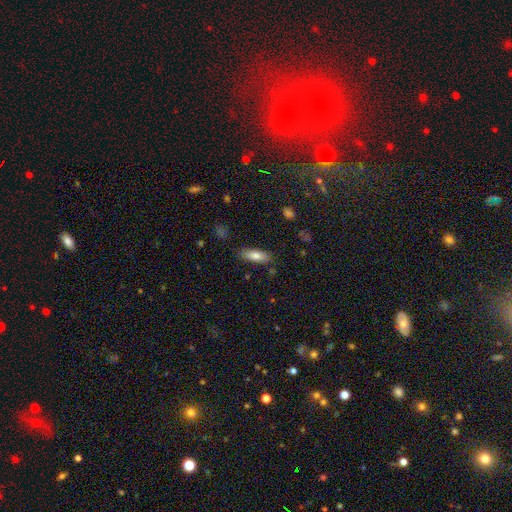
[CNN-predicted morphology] This is likely a smooth galaxy (79%). How rounded: likely in between (67%). Merging: clearly none (83%).